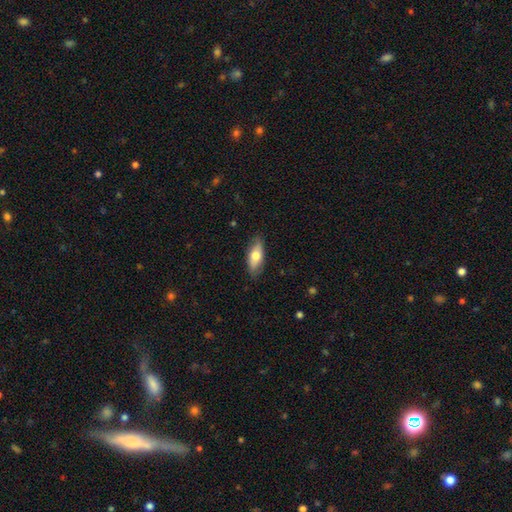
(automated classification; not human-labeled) Smooth or featured? Predicted: smooth (p=0.67). How rounded? Predicted: in between (p=0.77). Merging? Predicted: none (p=0.82).